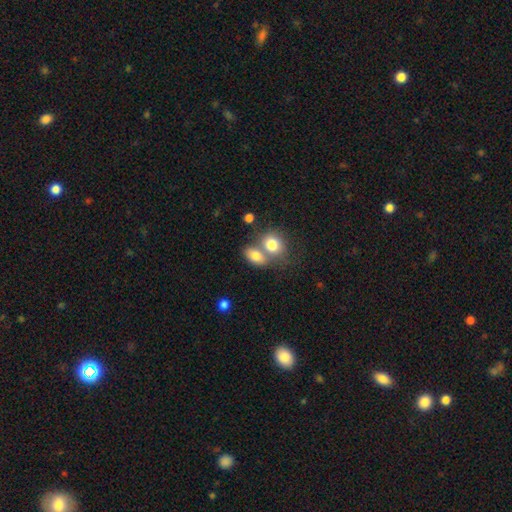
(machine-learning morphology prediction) This appears to be a smooth galaxy with no disk features (79%) that is in between round and cigar-shaped (72%). Merging: merger (54%).